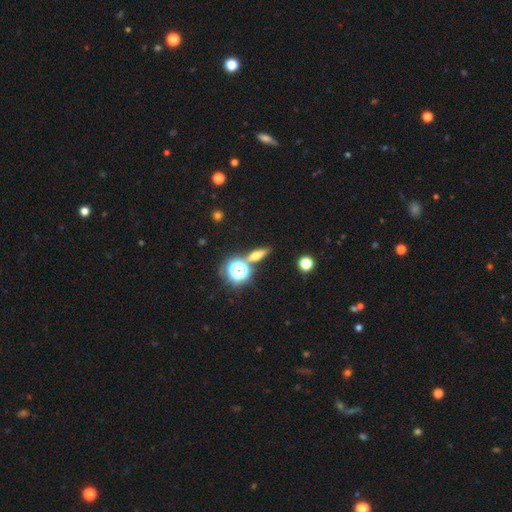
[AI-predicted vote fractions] Morphology: type=smooth (47%); merging=none (78%).